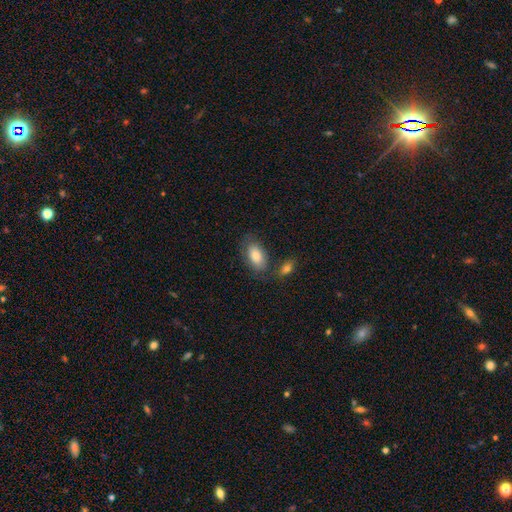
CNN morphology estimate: This is clearly a smooth galaxy (82%). How rounded: clearly in between (93%). Merging: likely none (68%).